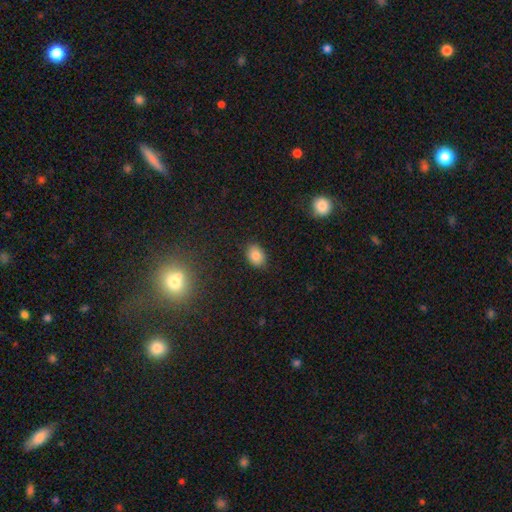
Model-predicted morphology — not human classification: smooth_or_featured: smooth (p=0.82) [alt: star or artifact p=0.10]
how_rounded: in between (p=0.74) [alt: round p=0.25]
merging: none (p=0.87) [alt: minor disturbance p=0.10]